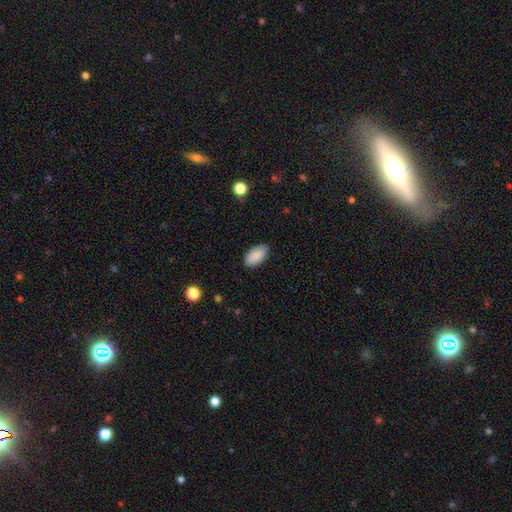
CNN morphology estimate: This appears to be a smooth galaxy with no disk features (90%) that is in between round and cigar-shaped (95%). Merging: none (86%).